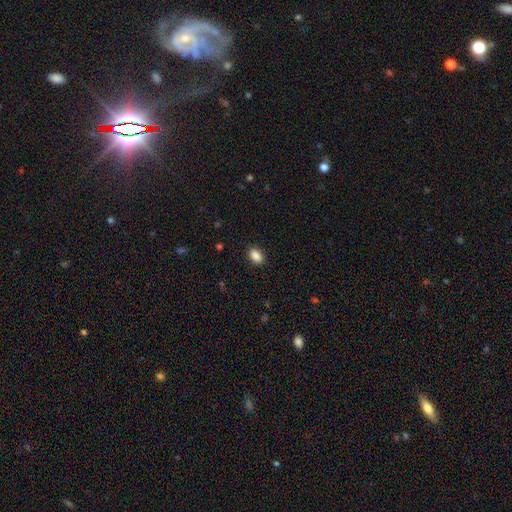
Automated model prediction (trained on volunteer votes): Overall: smooth (88%). How rounded: in between (84%). Merging: none (89%).